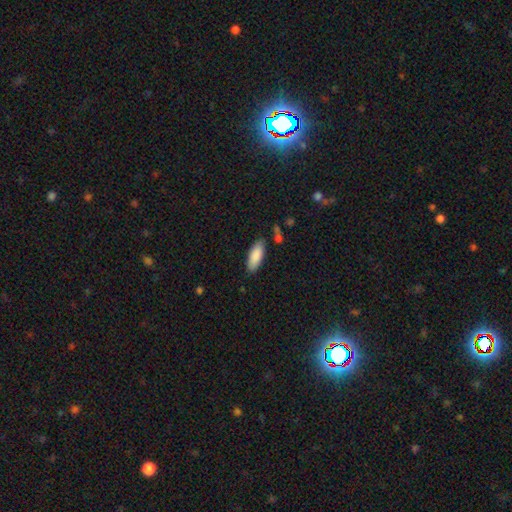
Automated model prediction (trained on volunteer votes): Smooth or featured? Predicted: smooth (p=0.88). How rounded? Predicted: in between (p=0.76). Merging? Predicted: none (p=0.82).